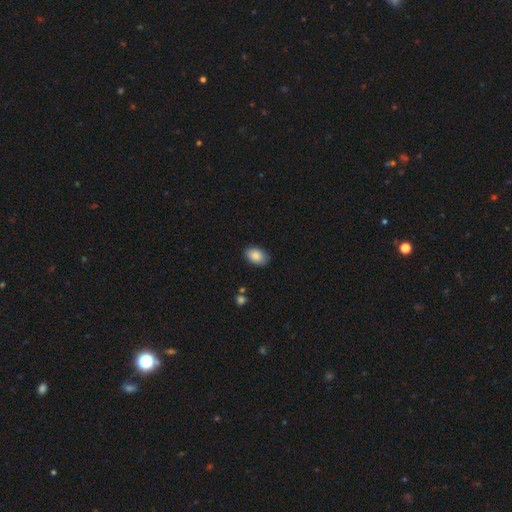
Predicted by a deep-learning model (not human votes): Overall: smooth (87%). How rounded: in between (88%). Merging: none (85%).